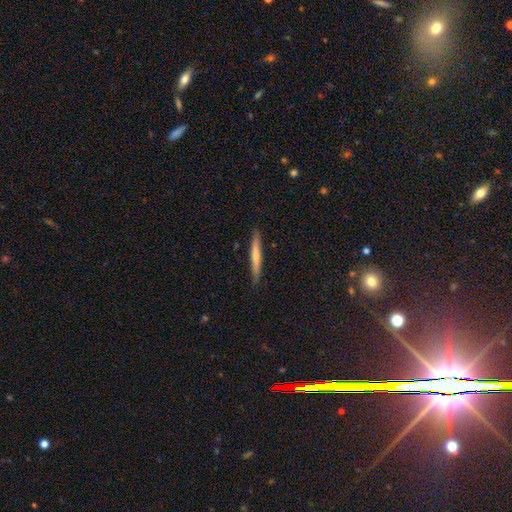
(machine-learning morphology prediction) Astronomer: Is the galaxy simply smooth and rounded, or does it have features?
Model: smooth — 60%.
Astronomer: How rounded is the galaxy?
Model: cigar-shaped — 96%.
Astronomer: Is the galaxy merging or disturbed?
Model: none — 89%.